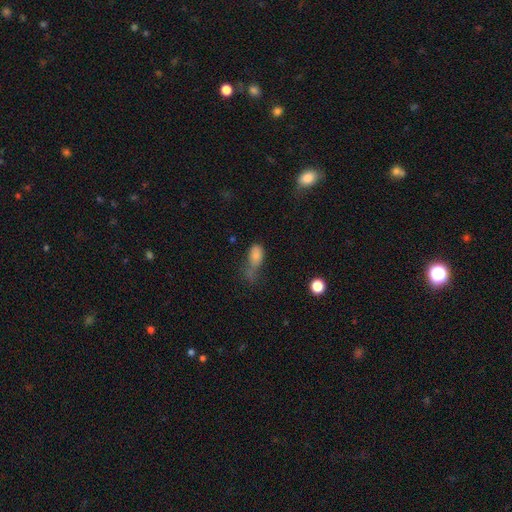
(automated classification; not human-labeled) Overall: smooth (76%). How rounded: in between (83%). Merging: major disturbance (40%; minor disturbance 26%).